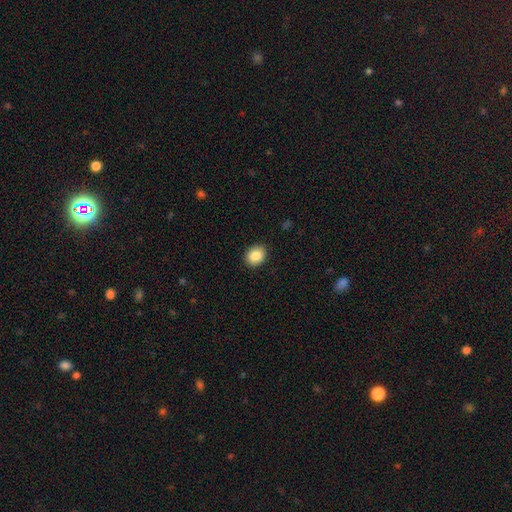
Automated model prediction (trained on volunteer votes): Morphology: type=smooth (87%); roundness=in between (51%); merging=none (89%).